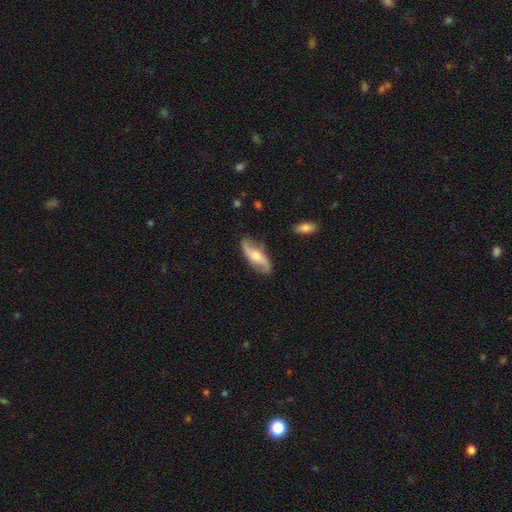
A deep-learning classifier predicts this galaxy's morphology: This appears to be a featured or disk galaxy (62%) with no bar (51%), spiral arms (91%) and a moderate central bulge (50%). Merging: none (78%).